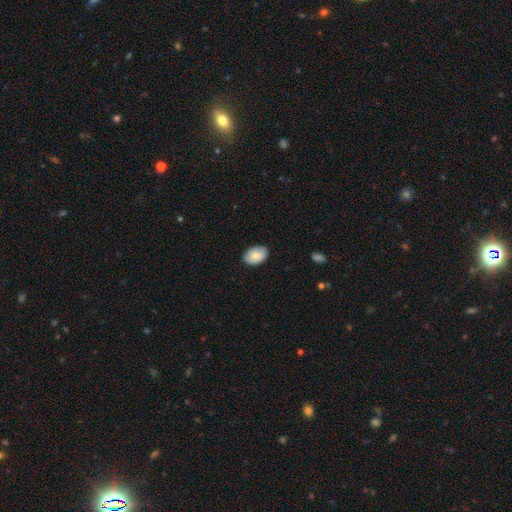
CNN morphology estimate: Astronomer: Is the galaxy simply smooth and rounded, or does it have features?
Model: smooth — 83%.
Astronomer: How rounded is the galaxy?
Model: in between — 87%.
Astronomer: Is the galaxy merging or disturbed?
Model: none — 84%.